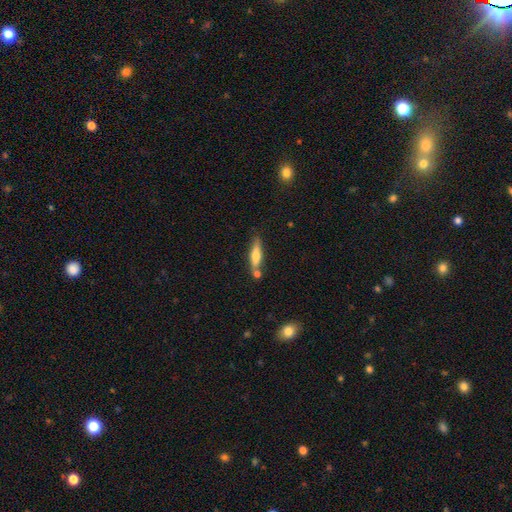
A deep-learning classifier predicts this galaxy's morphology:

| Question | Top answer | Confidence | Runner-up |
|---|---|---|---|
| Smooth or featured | smooth | 58% | featured or disk (36%) |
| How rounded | cigar-shaped | 76% | in between (22%) |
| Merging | none | 67% | merger (15%) |